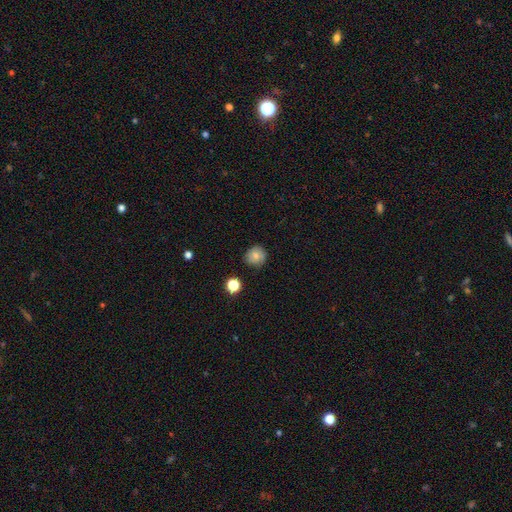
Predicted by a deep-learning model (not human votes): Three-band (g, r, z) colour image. It shows a smooth galaxy with no disk features (68%) that is round (89%). Merging: none (81%).